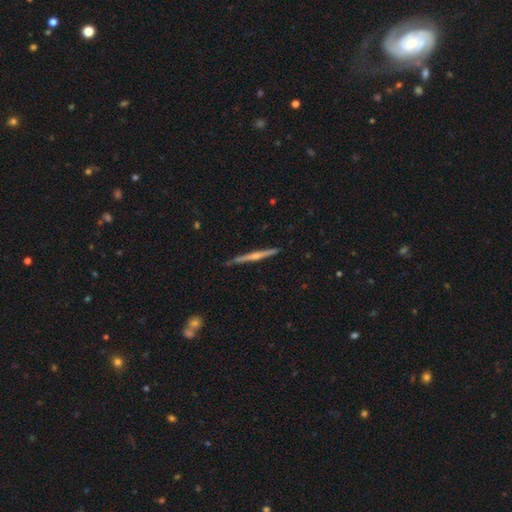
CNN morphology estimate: A featured or disk galaxy (70%) viewed edge-on (98%) with a rounded central bulge (64%). Merging: none (88%).